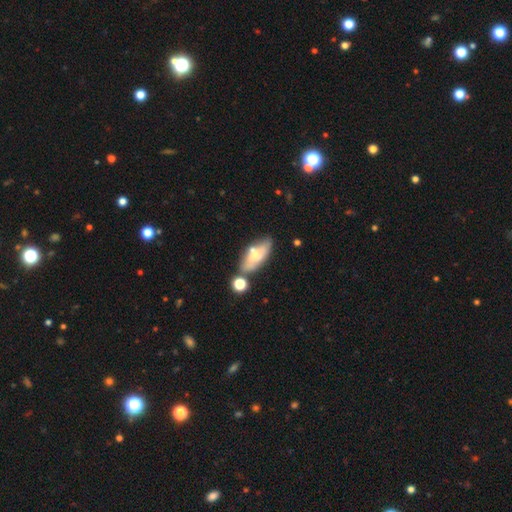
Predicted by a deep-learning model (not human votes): smooth_or_featured: smooth (p=0.54) [alt: featured or disk p=0.37]
how_rounded: in between (p=0.75) [alt: cigar-shaped p=0.21]
merging: none (p=0.52) [alt: minor disturbance p=0.21]